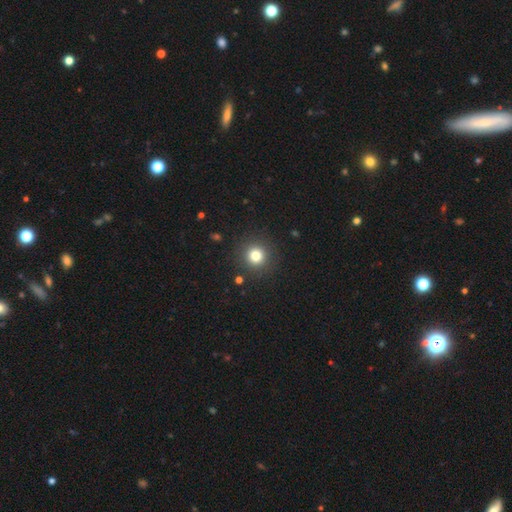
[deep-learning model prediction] Smooth or featured? smooth (80%)
How rounded? round (95%)
Merging? none (90%)